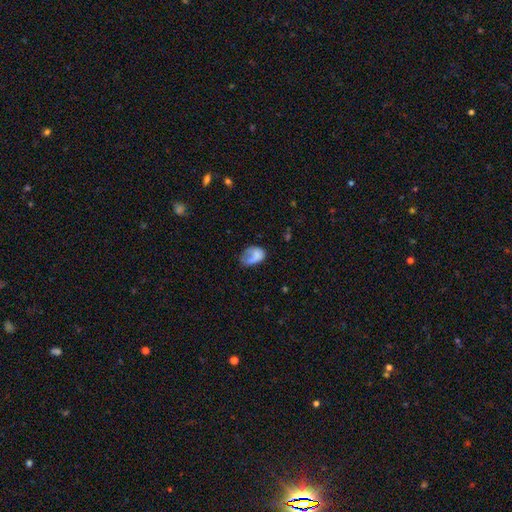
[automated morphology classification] smooth 68%, featured or disk 24%, star or artifact 9%. Down the decision tree: how rounded — in between (84%); merging — major disturbance (36%).